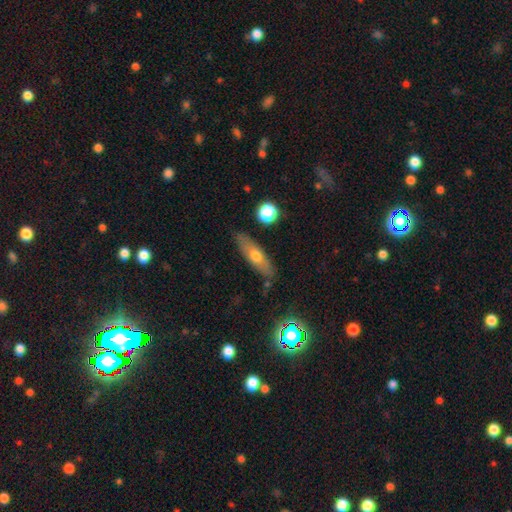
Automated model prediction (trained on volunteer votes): smooth_or_featured: smooth (p=0.51) [alt: featured or disk p=0.39]
how_rounded: cigar-shaped (p=0.58) [alt: in between p=0.38]
merging: none (p=0.82) [alt: minor disturbance p=0.13]